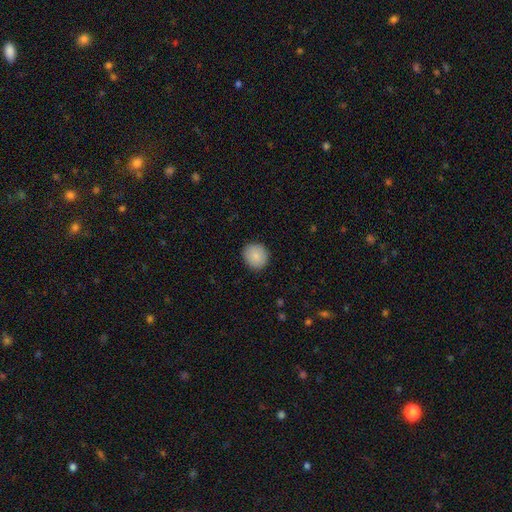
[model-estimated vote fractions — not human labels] A smooth galaxy with no disk features (88%) that is round (84%).

Vote fractions:
- Smooth or featured? smooth: 88% / star or artifact: 7% / featured or disk: 5%
- How rounded? round: 84% / in between: 15% / cigar-shaped: 1%
- Merging? none: 90% / minor disturbance: 8% / major disturbance: 2% / merger: 1%